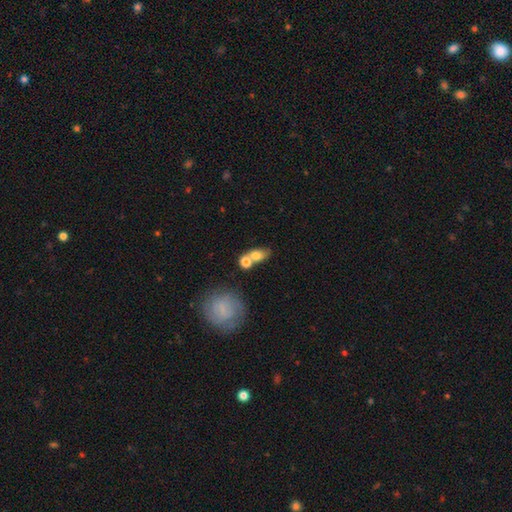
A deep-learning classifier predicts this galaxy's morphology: smooth_or_featured: smooth (p=0.71) [alt: featured or disk p=0.18]
how_rounded: in between (p=0.62) [alt: round p=0.34]
merging: merger (p=0.46) [alt: none p=0.38]